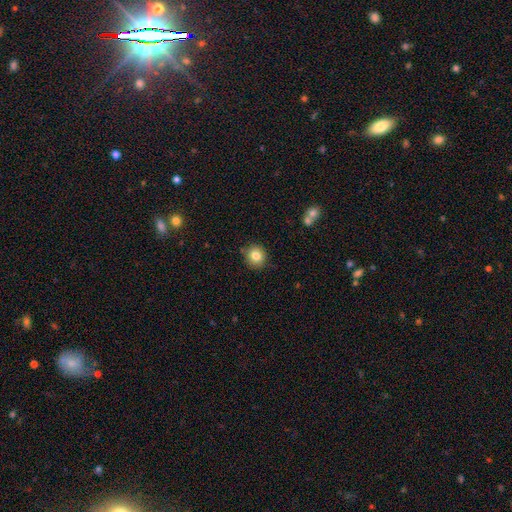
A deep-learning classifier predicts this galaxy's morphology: Q: Smooth or featured?
A: smooth (81%); runner-up: star or artifact (10%)
Q: How rounded?
A: round (88%); runner-up: in between (11%)
Q: Merging?
A: none (86%); runner-up: minor disturbance (10%)